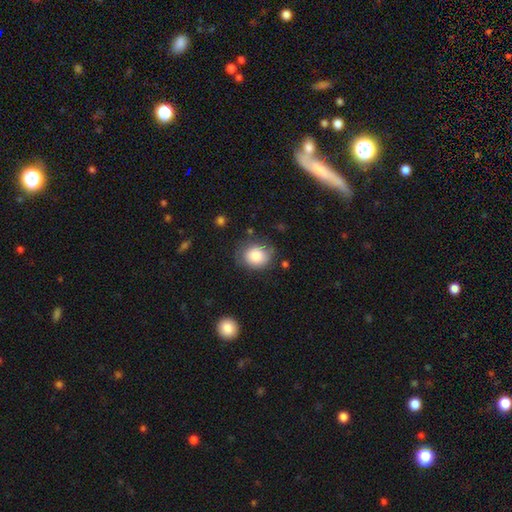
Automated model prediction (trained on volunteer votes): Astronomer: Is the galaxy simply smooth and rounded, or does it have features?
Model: smooth — 84%.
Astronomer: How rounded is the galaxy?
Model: round — 70%.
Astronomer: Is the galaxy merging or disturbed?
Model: none — 74%.